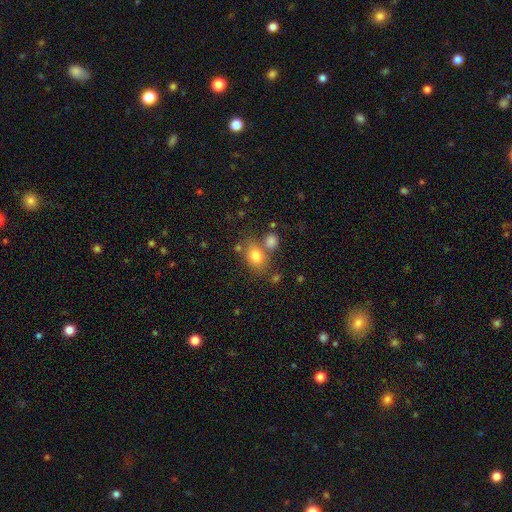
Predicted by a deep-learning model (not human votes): The model was most divided on "how rounded": in between: 62%, round: 37%, cigar-shaped: 2%. More confident: smooth or featured — smooth (78%); merging — none (60%).